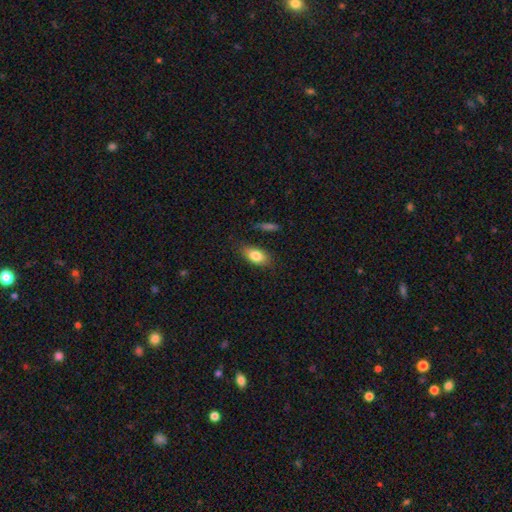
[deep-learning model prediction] smooth_or_featured: smooth (p=0.82) [alt: featured or disk p=0.10]
how_rounded: in between (p=0.87) [alt: round p=0.07]
merging: none (p=0.80) [alt: minor disturbance p=0.15]